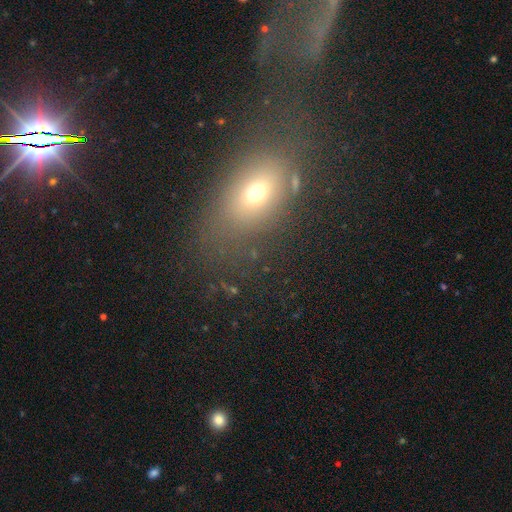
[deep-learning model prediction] smooth_or_featured: smooth (p=0.59) [alt: star or artifact p=0.23]
how_rounded: in between (p=0.69) [alt: round p=0.26]
merging: none (p=0.66) [alt: minor disturbance p=0.15]